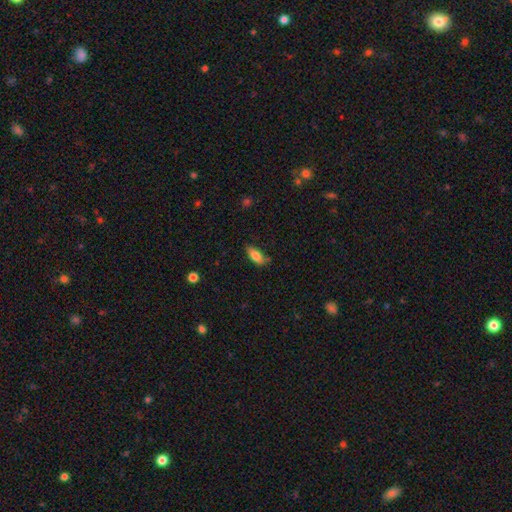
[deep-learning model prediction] This appears to be a smooth galaxy with no disk features (81%) that is in between round and cigar-shaped (81%). Merging: none (70%).